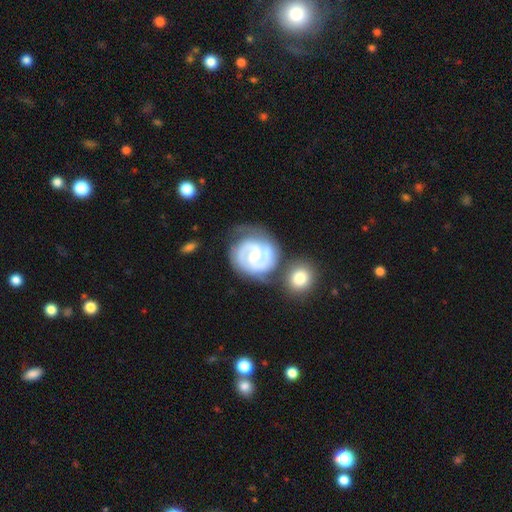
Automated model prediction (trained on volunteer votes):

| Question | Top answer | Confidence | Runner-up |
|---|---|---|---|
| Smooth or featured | featured or disk | 89% | smooth (7%) |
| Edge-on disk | no | 98% | yes (2%) |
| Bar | weak | 48% | no (34%) |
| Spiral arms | yes | 97% | no (3%) |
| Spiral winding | tight | 60% | medium (35%) |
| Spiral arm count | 2 | 85% | 3 (5%) |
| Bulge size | small | 44% | moderate (37%) |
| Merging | none | 61% | minor disturbance (18%) |